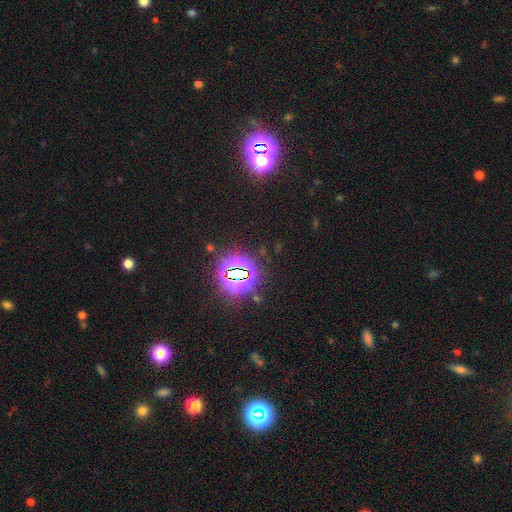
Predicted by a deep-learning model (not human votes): Smooth or featured?
  - star or artifact: 81% *
  - smooth: 12%
  - featured or disk: 7%